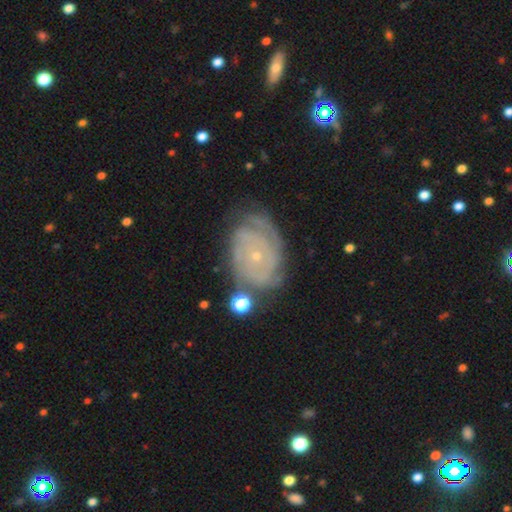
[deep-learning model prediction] Smooth or featured: featured or disk — 80% (smooth — 11%)
Edge-on disk: no — 96% (yes — 4%)
Bar: no — 81% (weak — 15%)
Spiral arms: yes — 94% (no — 6%)
Spiral winding: tight — 79% (medium — 17%)
Spiral arm count: can't tell — 37% (2 — 19%)
Bulge size: small — 85% (moderate — 12%)
Merging: none — 69% (minor disturbance — 20%)